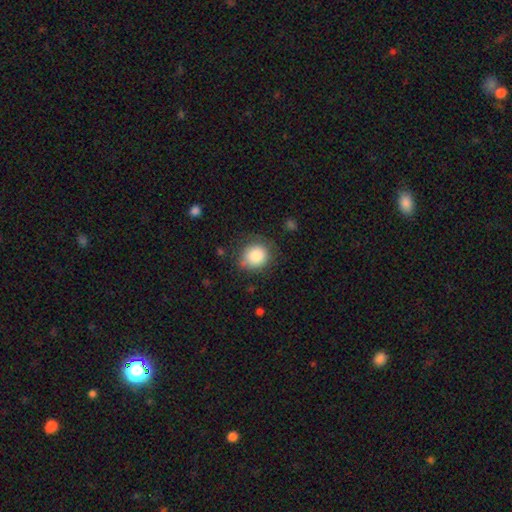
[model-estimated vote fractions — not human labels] Overall: smooth (85%). How rounded: round (82%). Merging: none (74%).